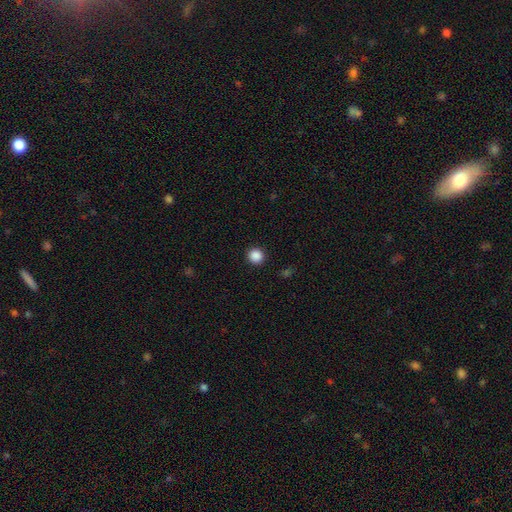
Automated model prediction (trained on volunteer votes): Smooth or featured? smooth (88%)
How rounded? round (94%)
Merging? none (93%)